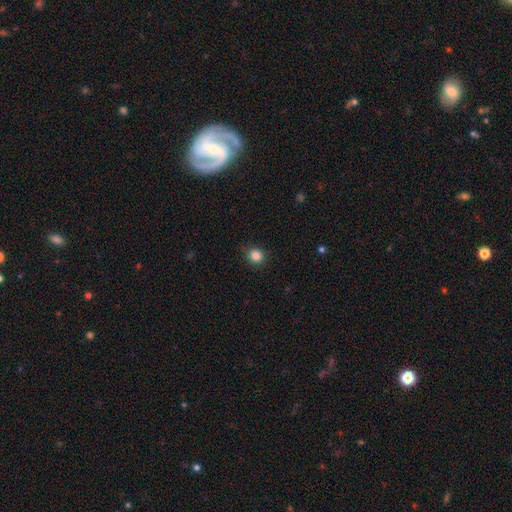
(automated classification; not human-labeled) This appears to be a smooth galaxy with no disk features (85%) that is round (88%). Merging: none (86%).